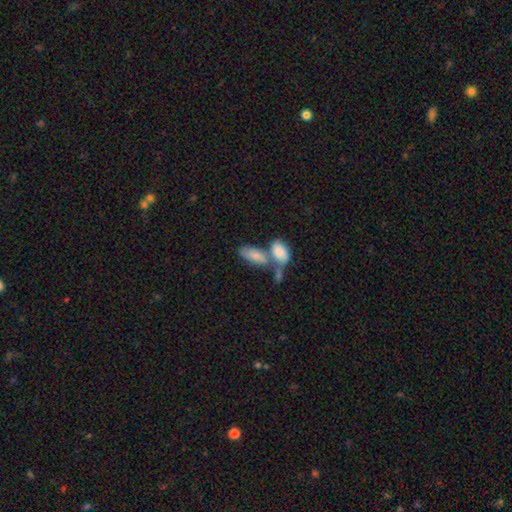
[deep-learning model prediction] smooth-or-featured: smooth: 78% | featured or disk: 16% | star or artifact: 6%
  how-rounded: in between: 89% | cigar-shaped: 8% | round: 3%
  merging: merger: 55% | none: 29% | minor disturbance: 11% | major disturbance: 6%